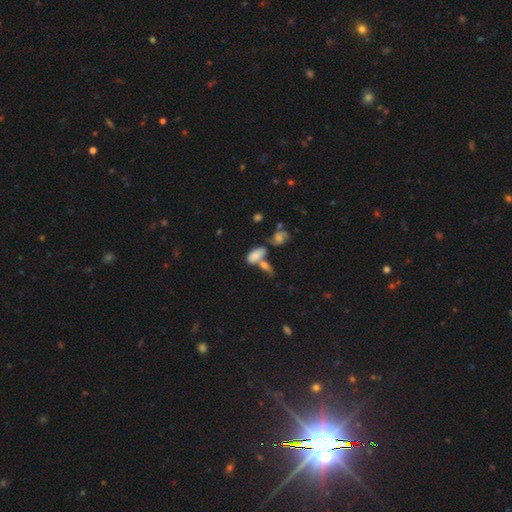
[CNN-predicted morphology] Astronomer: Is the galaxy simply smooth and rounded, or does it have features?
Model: smooth — 76%.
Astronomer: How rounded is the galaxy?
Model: in between — 87%.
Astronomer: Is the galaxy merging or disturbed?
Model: merger — 45% (runner-up: none, 32%).